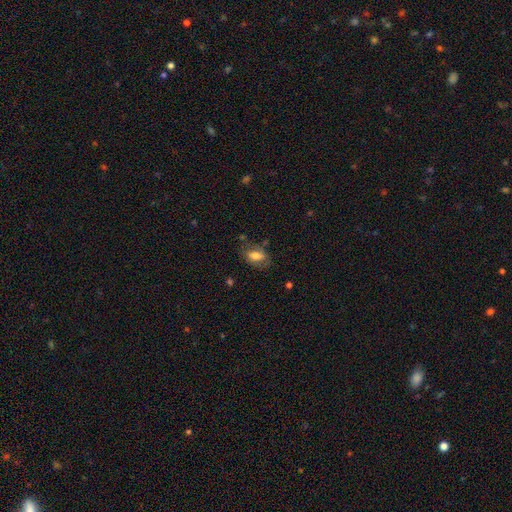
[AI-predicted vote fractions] Smooth or featured?
  - smooth: 65% *
  - featured or disk: 26%
  - star or artifact: 8%
How rounded?
  - in between: 87% *
  - round: 10%
  - cigar-shaped: 3%
Merging?
  - none: 64% *
  - minor disturbance: 23%
  - major disturbance: 10%
  - merger: 3%